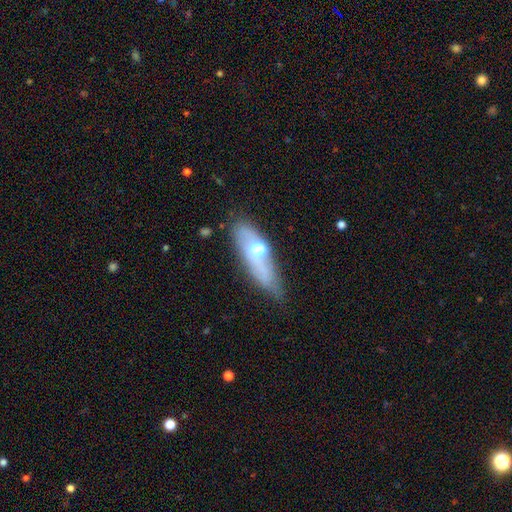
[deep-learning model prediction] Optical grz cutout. It shows a featured or disk galaxy (48%). Merging: none (56%).